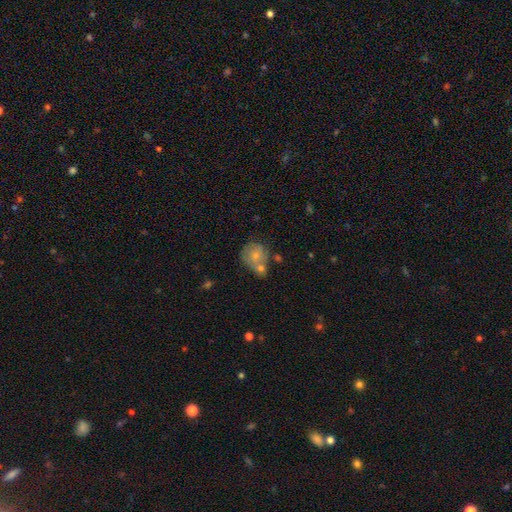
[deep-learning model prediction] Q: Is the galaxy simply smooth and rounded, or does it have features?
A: smooth — 64%.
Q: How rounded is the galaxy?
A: round — 75%.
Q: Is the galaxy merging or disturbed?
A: merger — 41%.